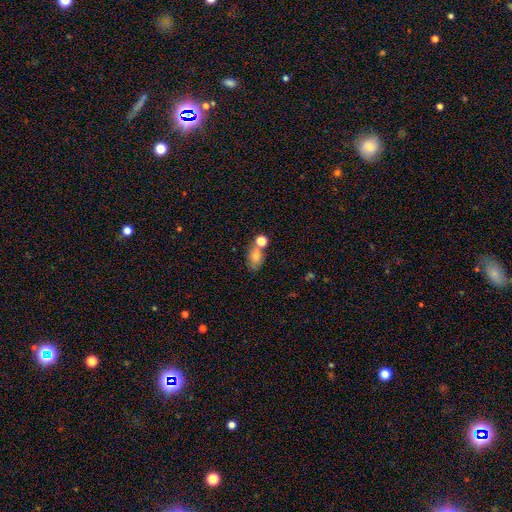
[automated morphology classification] Q: Smooth or featured?
A: smooth (72%); runner-up: featured or disk (15%)
Q: How rounded?
A: in between (67%); runner-up: round (31%)
Q: Merging?
A: none (48%); runner-up: merger (32%)